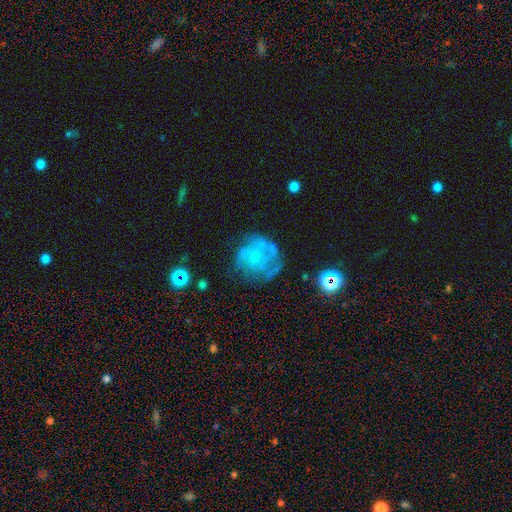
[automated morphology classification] type=featured or disk (63%); edge-on=no (98%); bar=no (74%); spiral arms=yes (55%); bulge=small (63%); merging=none (50%).